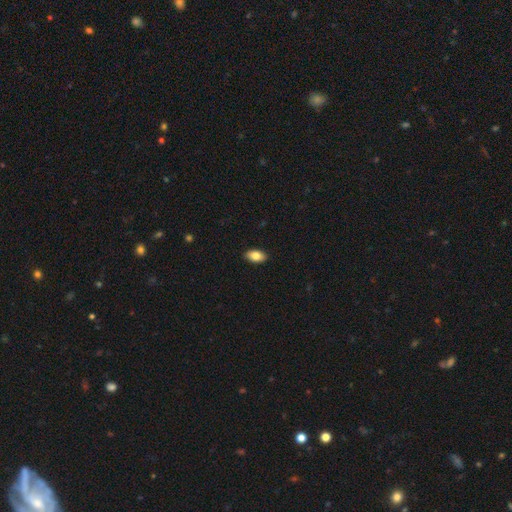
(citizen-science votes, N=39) Smooth or featured? 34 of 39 (87%) said smooth. How rounded? 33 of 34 (97%) said in between. Merging? 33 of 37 (89%) said none.